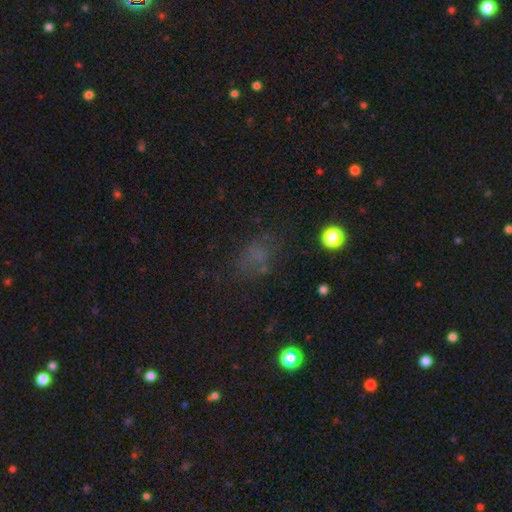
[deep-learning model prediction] smooth-or-featured: smooth: 53% | star or artifact: 30% | featured or disk: 17%
  how-rounded: in between: 65% | round: 32% | cigar-shaped: 2%
  merging: none: 61% | minor disturbance: 19% | major disturbance: 15% | merger: 4%